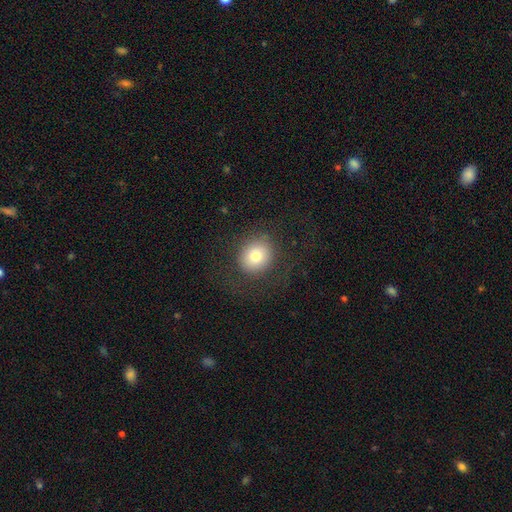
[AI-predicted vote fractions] Morphology: type=smooth (77%); roundness=round (79%); merging=none (80%).